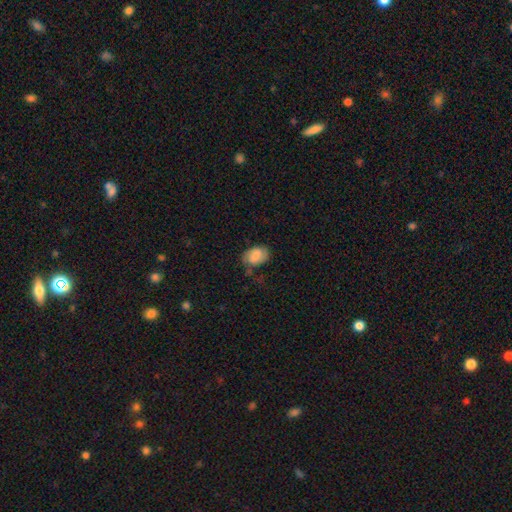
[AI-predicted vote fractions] Smooth or featured?
  - smooth: 71% *
  - featured or disk: 21%
  - star or artifact: 8%
How rounded?
  - in between: 81% *
  - round: 18%
  - cigar-shaped: 1%
Merging?
  - none: 60% *
  - minor disturbance: 27%
  - major disturbance: 9%
  - merger: 3%